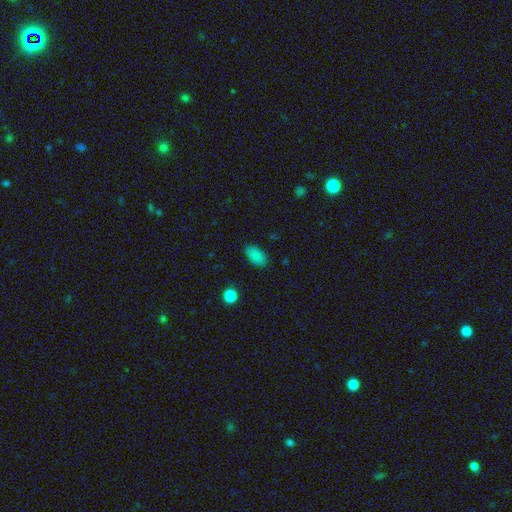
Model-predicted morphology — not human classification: Smooth or featured?
  - smooth: 85% *
  - star or artifact: 10%
  - featured or disk: 6%
How rounded?
  - in between: 92% *
  - round: 4%
  - cigar-shaped: 3%
Merging?
  - none: 84% *
  - minor disturbance: 12%
  - major disturbance: 3%
  - merger: 1%